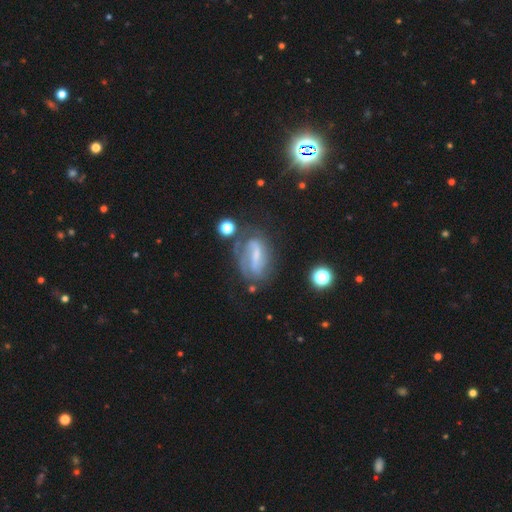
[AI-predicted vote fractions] Smooth or featured? featured or disk (66%)
Edge-on disk? no (90%)
Bar? strong (48%)
Spiral arms? yes (75%)
Bulge size? small (46%)
Merging? none (52%)